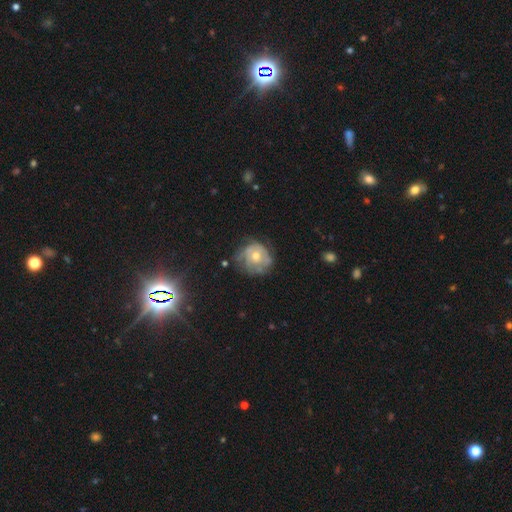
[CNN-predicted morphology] Smooth or featured? featured or disk (60%)
Edge-on disk? no (97%)
Bar? no (85%)
Spiral arms? yes (68%)
Bulge size? moderate (64%)
Merging? none (65%)